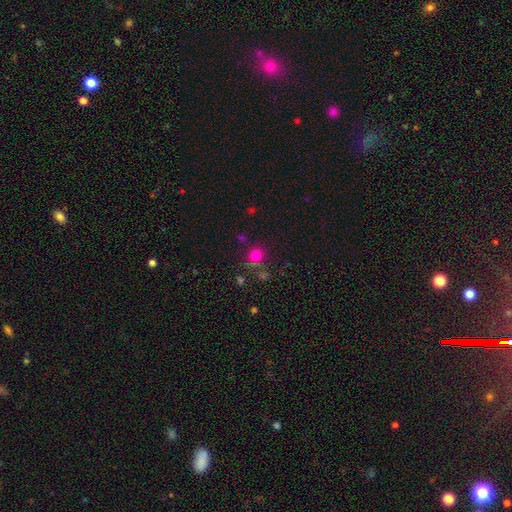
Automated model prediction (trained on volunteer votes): Smooth or featured? smooth (77%)
How rounded? round (85%)
Merging? none (72%)